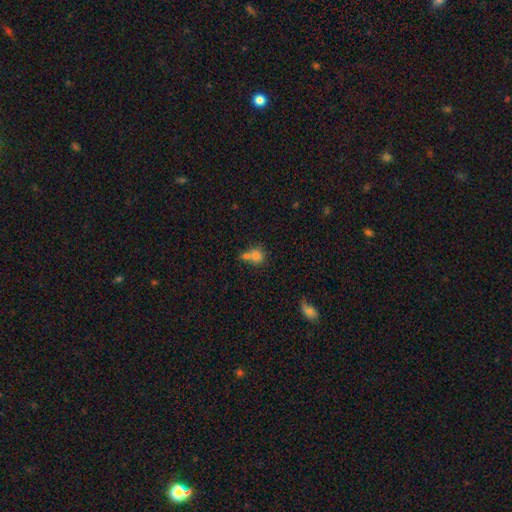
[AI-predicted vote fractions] This appears to be a smooth galaxy with no disk features (77%) that is round (73%). Merging: merger (47%).